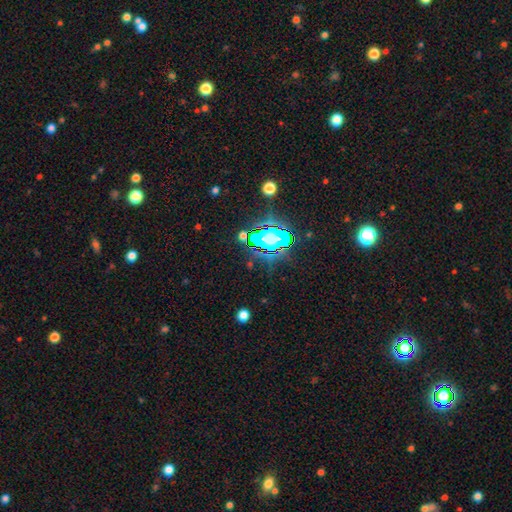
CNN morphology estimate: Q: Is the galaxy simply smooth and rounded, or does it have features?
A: star or artifact — 83%.